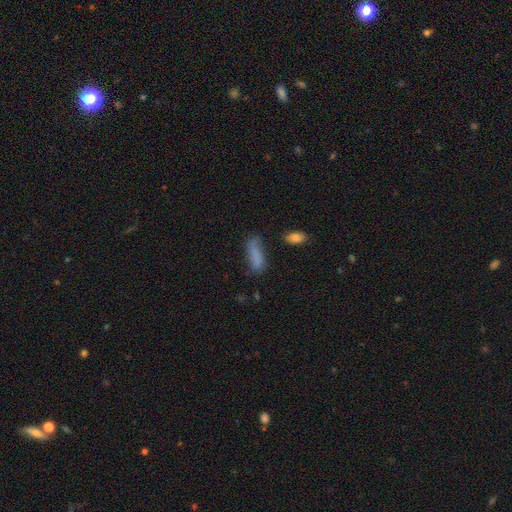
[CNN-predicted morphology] smooth-or-featured: smooth: 78% | featured or disk: 12% | star or artifact: 10%
  how-rounded: in between: 56% | cigar-shaped: 42% | round: 3%
  merging: none: 57% | minor disturbance: 27% | major disturbance: 11% | merger: 5%